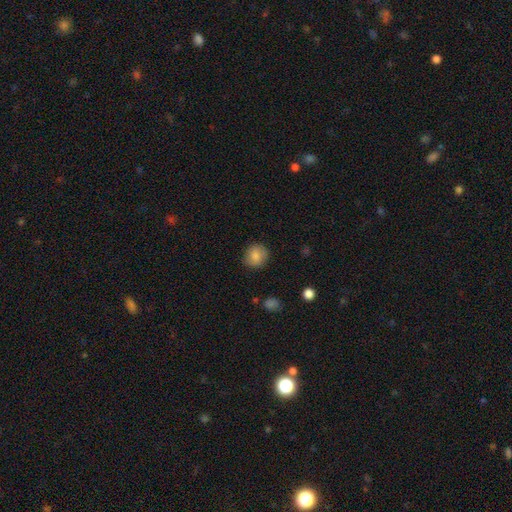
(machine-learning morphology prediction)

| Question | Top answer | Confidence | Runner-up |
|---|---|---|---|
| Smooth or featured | smooth | 83% | featured or disk (9%) |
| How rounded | round | 80% | in between (19%) |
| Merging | none | 83% | minor disturbance (13%) |